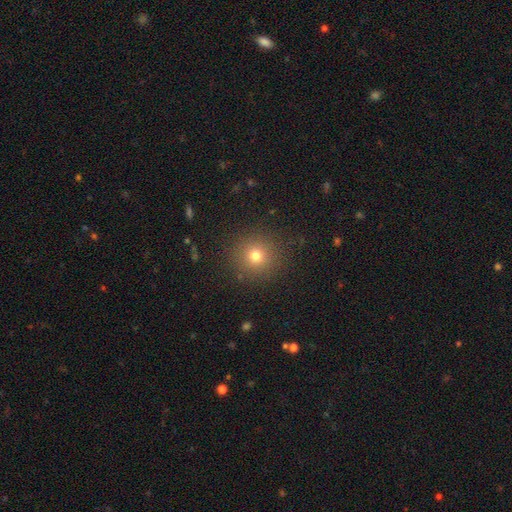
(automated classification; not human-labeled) smooth-or-featured: smooth: 74% | star or artifact: 18% | featured or disk: 9%
  how-rounded: round: 94% | in between: 5% | cigar-shaped: 1%
  merging: none: 90% | minor disturbance: 6% | major disturbance: 3% | merger: 1%